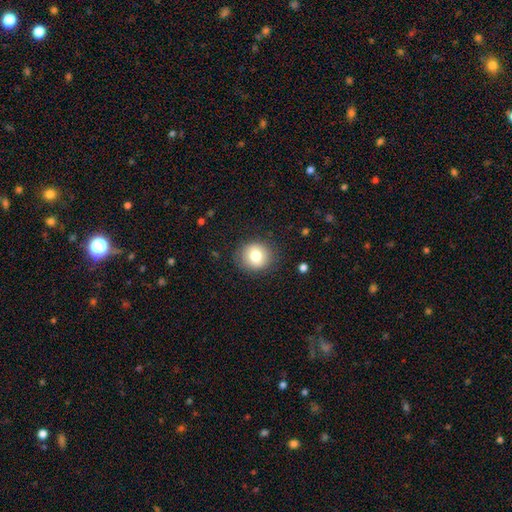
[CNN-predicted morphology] Q: Smooth or featured?
A: smooth (78%); runner-up: featured or disk (13%)
Q: How rounded?
A: round (85%); runner-up: in between (14%)
Q: Merging?
A: none (86%); runner-up: minor disturbance (10%)